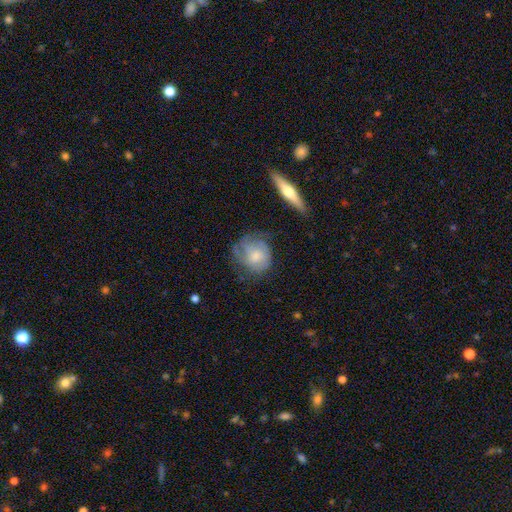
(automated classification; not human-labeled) smooth_or_featured: smooth (p=0.55) [alt: featured or disk p=0.38]
how_rounded: round (p=0.76) [alt: in between p=0.23]
merging: none (p=0.52) [alt: minor disturbance p=0.29]